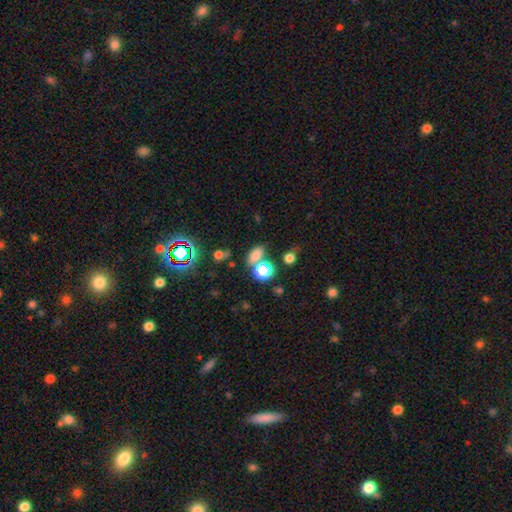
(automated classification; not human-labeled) smooth-or-featured: smooth: 69% | star or artifact: 22% | featured or disk: 9%
  how-rounded: in between: 74% | round: 22% | cigar-shaped: 4%
  merging: none: 59% | merger: 22% | minor disturbance: 13% | major disturbance: 6%